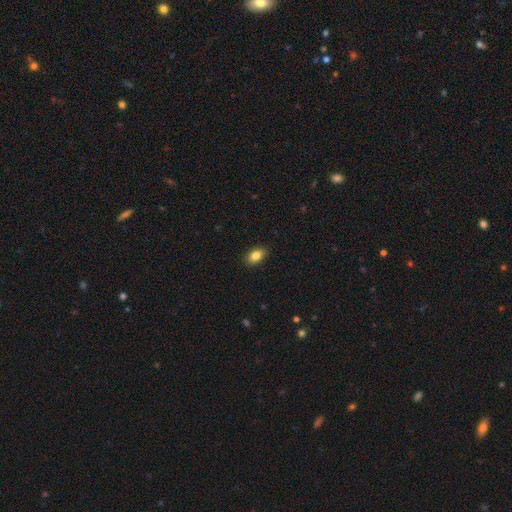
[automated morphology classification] Smooth or featured? Predicted: smooth (p=0.85). How rounded? Predicted: in between (p=0.86). Merging? Predicted: none (p=0.89).